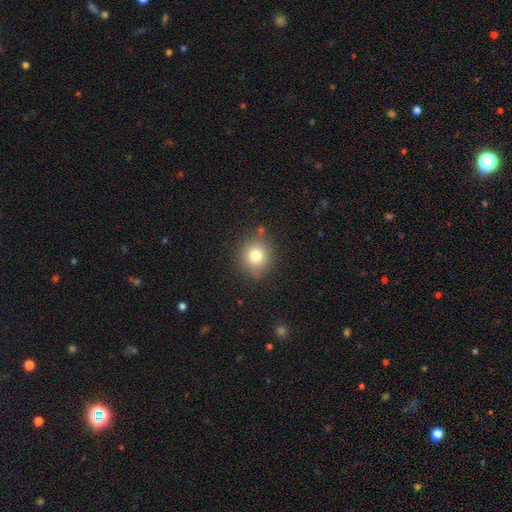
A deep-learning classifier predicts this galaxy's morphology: smooth_or_featured: smooth (p=0.78) [alt: star or artifact p=0.12]
how_rounded: round (p=0.83) [alt: in between p=0.16]
merging: none (p=0.81) [alt: minor disturbance p=0.13]